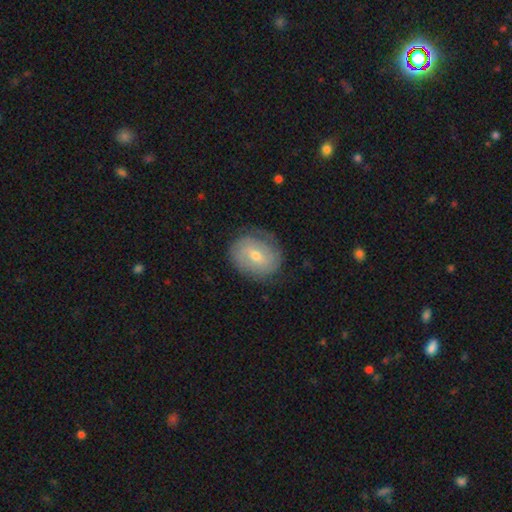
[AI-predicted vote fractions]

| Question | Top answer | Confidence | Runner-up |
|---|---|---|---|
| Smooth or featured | featured or disk | 61% | smooth (32%) |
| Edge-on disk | no | 96% | yes (4%) |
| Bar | weak | 50% | no (36%) |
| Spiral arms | yes | 78% | no (22%) |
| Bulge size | moderate | 48% | tied: small (48%) |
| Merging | none | 76% | minor disturbance (17%) |